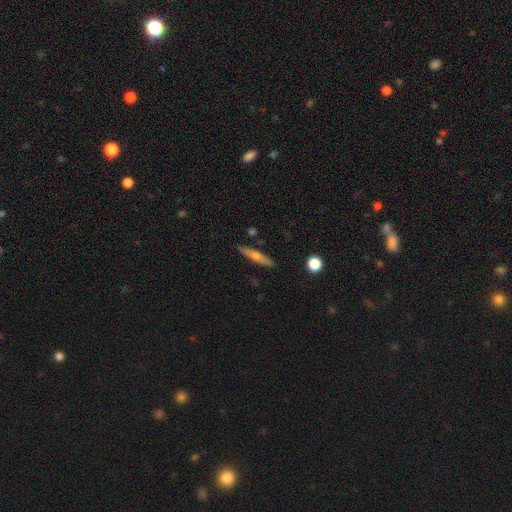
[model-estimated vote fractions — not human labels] A featured or disk galaxy (57%) viewed edge-on (95%) with a rounded central bulge (85%). Merging: none (90%).